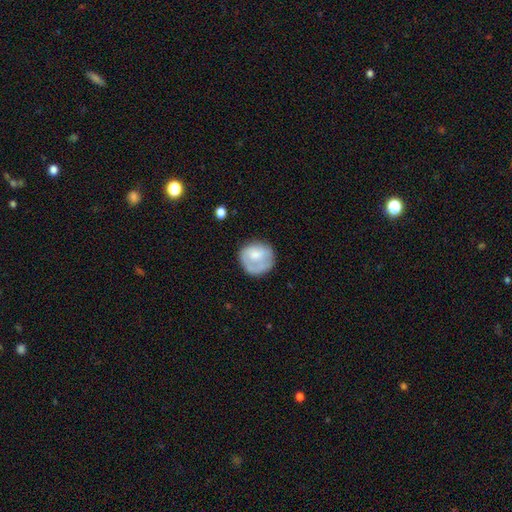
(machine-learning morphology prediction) This appears to be a smooth galaxy with no disk features (55%) that is round (84%). Merging: none (65%).